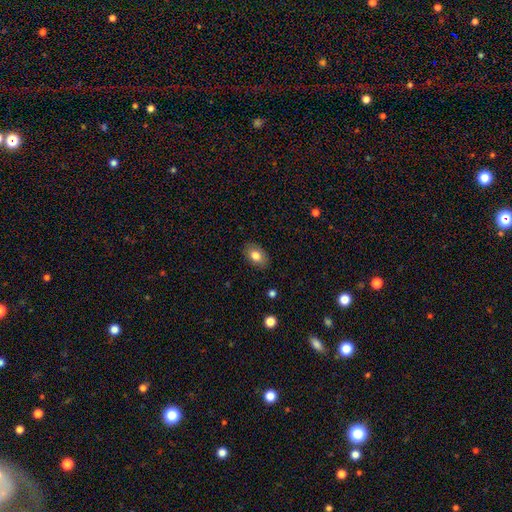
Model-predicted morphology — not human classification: Smooth or featured? smooth (80%)
How rounded? in between (87%)
Merging? none (86%)